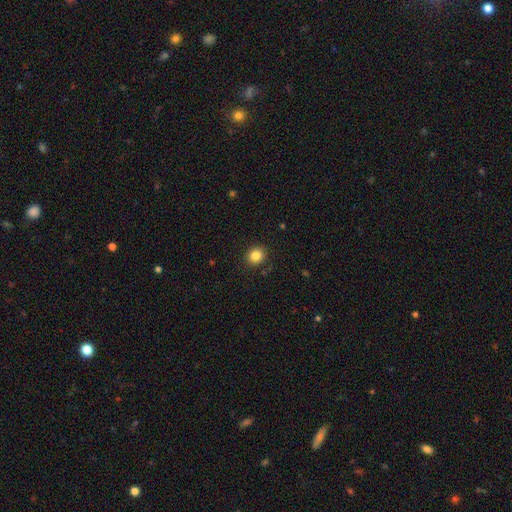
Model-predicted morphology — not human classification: The model was most divided on "how rounded": round: 78%, in between: 21%, cigar-shaped: 1%. More confident: merging — none (89%); smooth or featured — smooth (84%).